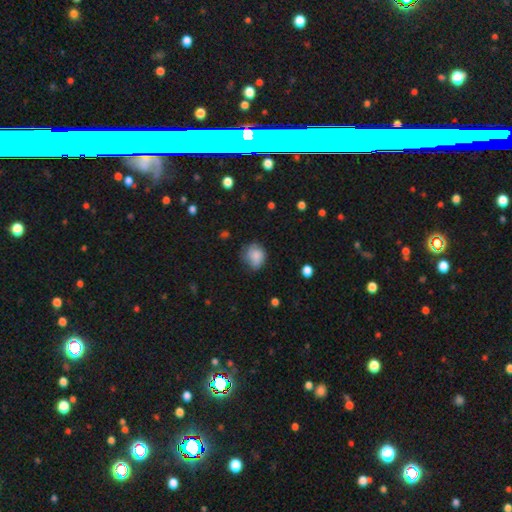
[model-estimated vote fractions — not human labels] Overall: smooth (80%). How rounded: round (66%; in between 33%). Merging: none (58%; minor disturbance 31%).